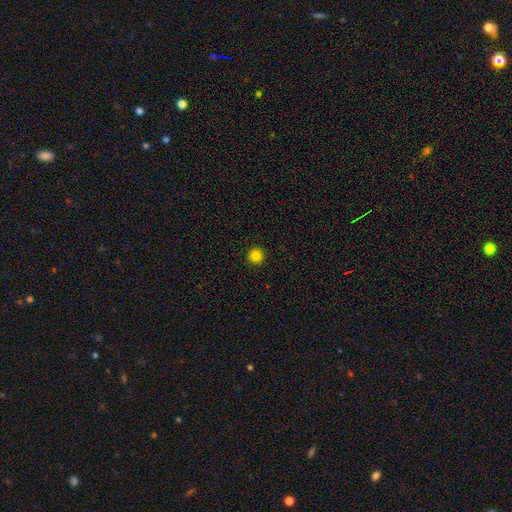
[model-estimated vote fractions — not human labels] A smooth galaxy with no disk features (82%) that is round (96%). Merging: none (94%).